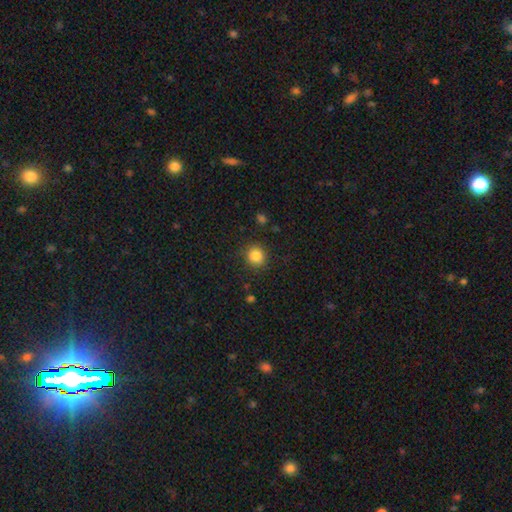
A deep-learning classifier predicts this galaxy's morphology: This appears to be a smooth galaxy with no disk features (84%) that is round (87%). Merging: none (88%).